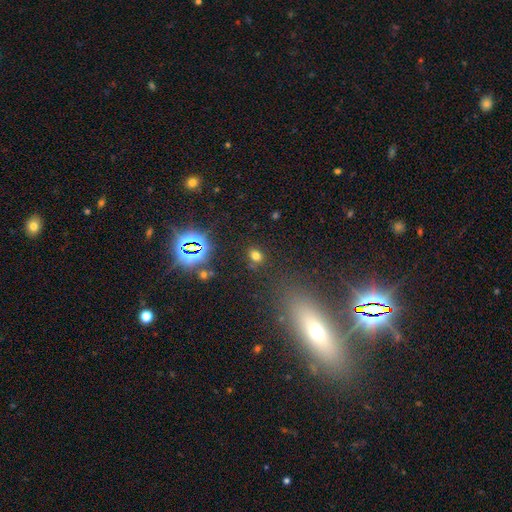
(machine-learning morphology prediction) Smooth or featured? Predicted: smooth (p=0.70). How rounded? Predicted: round (p=0.50). Merging? Predicted: none (p=0.81).